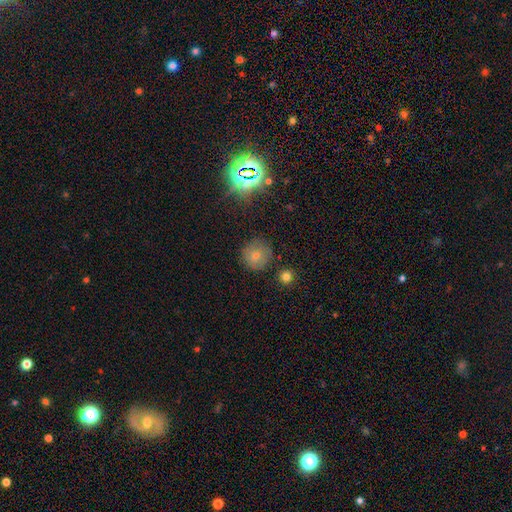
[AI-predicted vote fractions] Morphology: type=smooth (72%); roundness=round (92%); merging=none (83%).